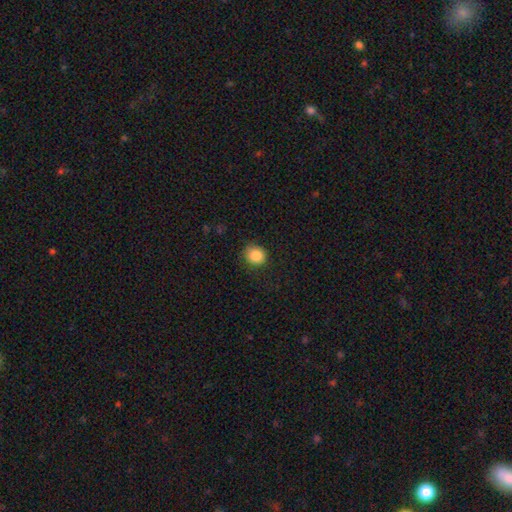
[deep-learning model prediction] A smooth galaxy with no disk features (86%) that is round (83%).

Vote fractions:
- Smooth or featured? smooth: 86% / star or artifact: 10% / featured or disk: 5%
- How rounded? round: 83% / in between: 16% / cigar-shaped: 1%
- Merging? none: 82% / minor disturbance: 14% / major disturbance: 3% / merger: 1%